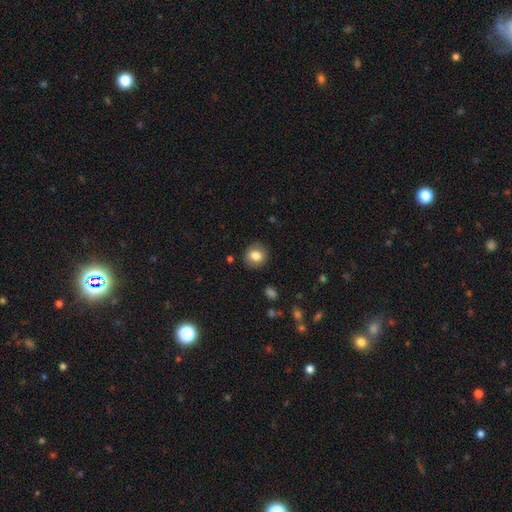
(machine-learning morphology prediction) smooth 81%, featured or disk 10%, star or artifact 9%. Down the decision tree: how rounded — round (84%); merging — none (89%).